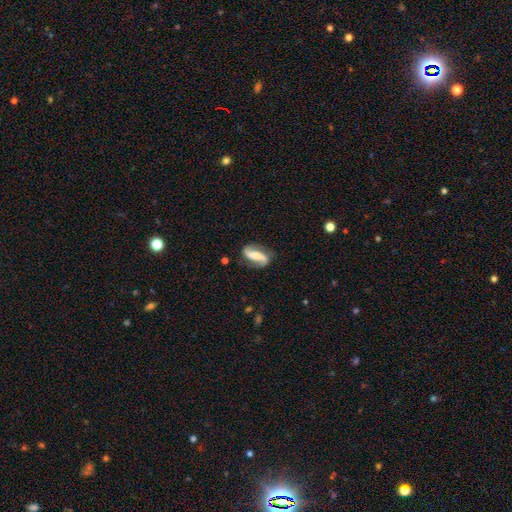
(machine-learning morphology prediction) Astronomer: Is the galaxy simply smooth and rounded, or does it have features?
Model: featured or disk — 74%.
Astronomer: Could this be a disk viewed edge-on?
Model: no — 93%.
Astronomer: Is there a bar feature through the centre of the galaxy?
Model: strong — 48% (runner-up: weak, 27%).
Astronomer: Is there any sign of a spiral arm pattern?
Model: yes — 93%.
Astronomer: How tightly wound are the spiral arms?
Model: loose — 64%.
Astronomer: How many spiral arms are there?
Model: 2 — 91%.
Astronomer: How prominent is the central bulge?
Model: moderate — 33% (runner-up: small, 32%).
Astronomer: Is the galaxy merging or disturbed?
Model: none — 75%.